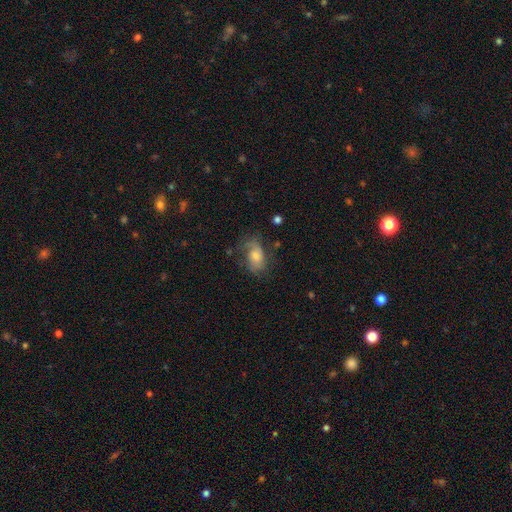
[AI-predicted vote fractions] The model was most divided on "smooth or featured": featured or disk: 50%, smooth: 39%, star or artifact: 11%. More confident: merging — none (55%).